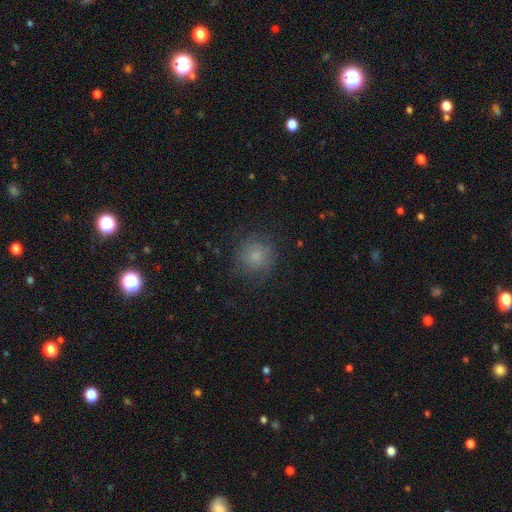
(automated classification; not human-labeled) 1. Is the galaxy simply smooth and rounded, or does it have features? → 73% smooth, 15% featured or disk, 12% star or artifact.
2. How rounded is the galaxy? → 90% round, 9% in between, 1% cigar-shaped.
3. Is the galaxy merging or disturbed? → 75% none, 16% minor disturbance, 8% major disturbance, 1% merger.